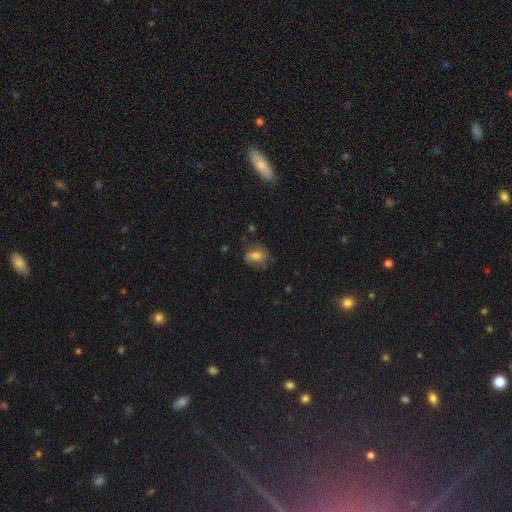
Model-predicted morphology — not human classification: smooth-or-featured: smooth: 66% | featured or disk: 24% | star or artifact: 11%
  how-rounded: in between: 54% | round: 44% | cigar-shaped: 2%
  merging: none: 60% | minor disturbance: 25% | major disturbance: 13% | merger: 2%